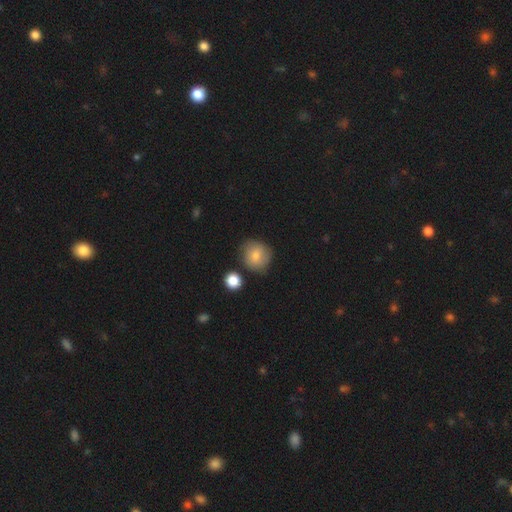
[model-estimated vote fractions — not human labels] Overall: smooth (76%). How rounded: round (82%). Merging: none (72%).